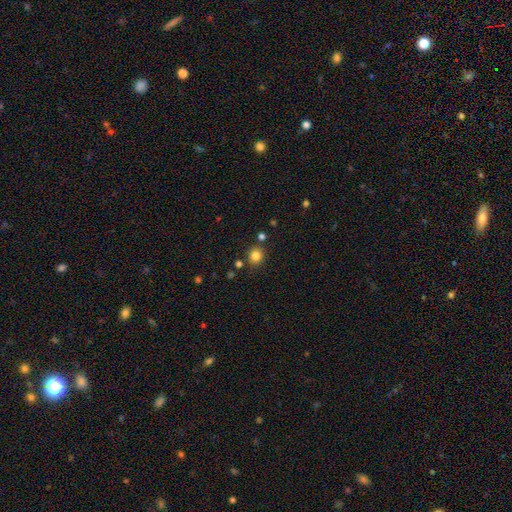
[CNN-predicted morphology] Smooth or featured? smooth (82%)
How rounded? round (84%)
Merging? none (83%)